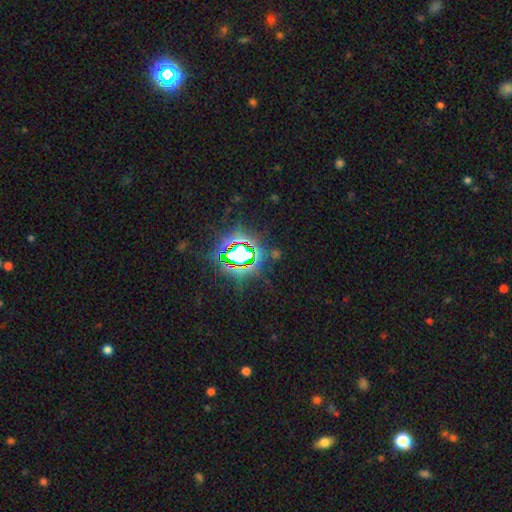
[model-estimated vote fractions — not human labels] Smooth or featured? star or artifact (82%)